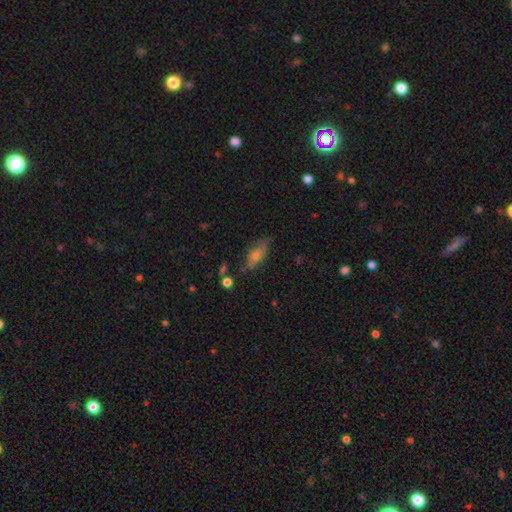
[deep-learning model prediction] Smooth or featured?
  - smooth: 54% *
  - featured or disk: 32%
  - star or artifact: 13%
How rounded?
  - in between: 68% *
  - cigar-shaped: 27%
  - round: 5%
Merging?
  - none: 69% *
  - minor disturbance: 20%
  - major disturbance: 7%
  - merger: 4%